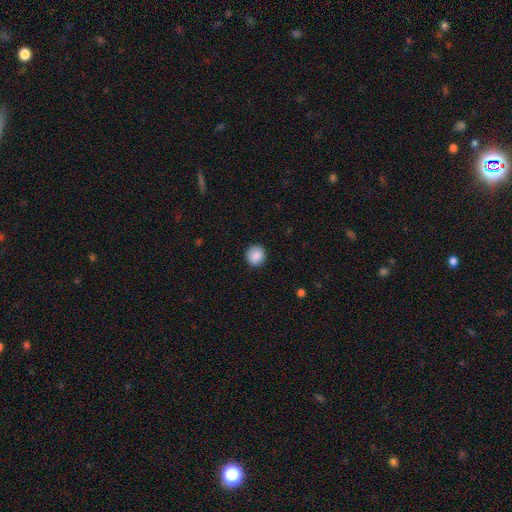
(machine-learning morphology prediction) The model was most divided on "how rounded": round: 87%, in between: 12%, cigar-shaped: 1%. More confident: merging — none (90%); smooth or featured — smooth (89%).